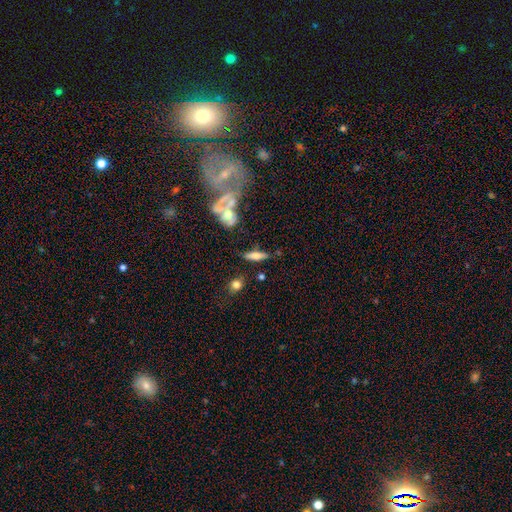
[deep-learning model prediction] A smooth galaxy with no disk features (55%) that is cigar-shaped (58%).

Vote fractions:
- Smooth or featured? smooth: 55% / featured or disk: 36% / star or artifact: 9%
- How rounded? cigar-shaped: 58% / in between: 38% / round: 4%
- Merging? none: 68% / minor disturbance: 16% / merger: 10% / major disturbance: 7%